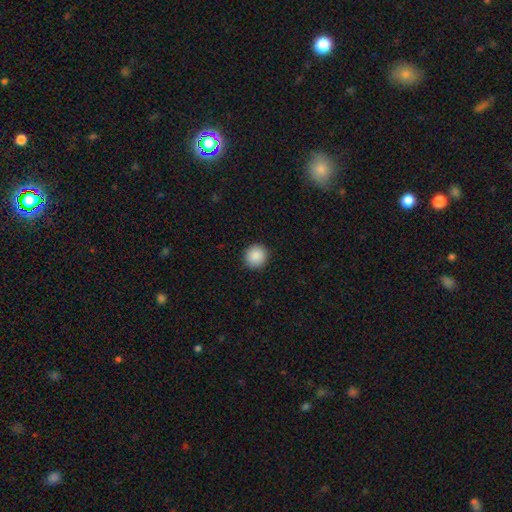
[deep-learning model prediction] A smooth galaxy with no disk features (89%) that is round (92%). Merging: none (92%).